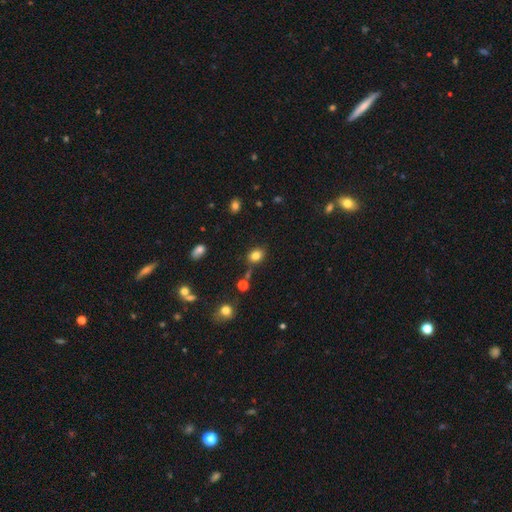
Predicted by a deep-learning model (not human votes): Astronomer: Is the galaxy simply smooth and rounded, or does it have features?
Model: smooth — 81%.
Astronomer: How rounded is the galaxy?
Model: round — 50% (runner-up: in between, 49%).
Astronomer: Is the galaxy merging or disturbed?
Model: none — 76%.